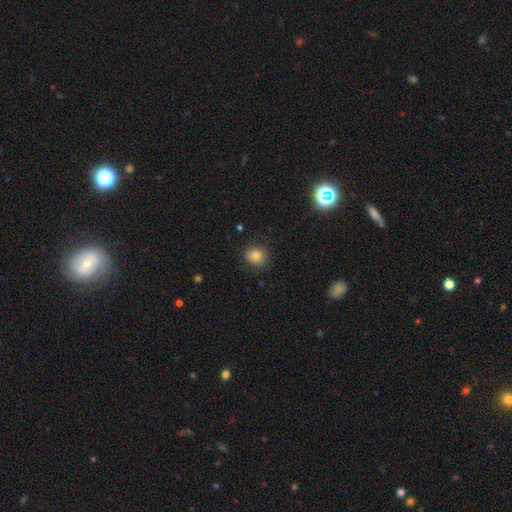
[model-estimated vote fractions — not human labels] This is likely a smooth galaxy (80%). How rounded: likely round (70%). Merging: likely none (79%).